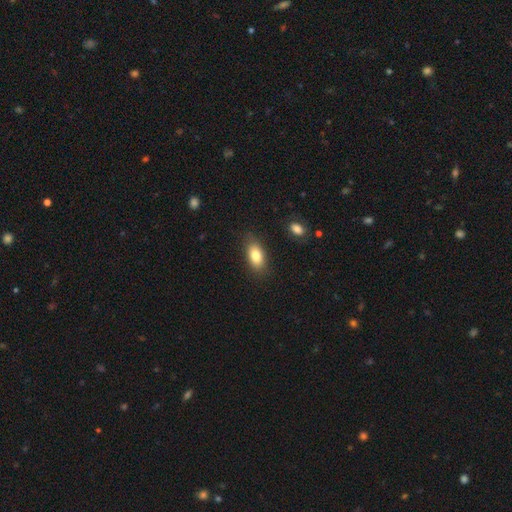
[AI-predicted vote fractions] Smooth or featured? Predicted: smooth (p=0.82). How rounded? Predicted: in between (p=0.89). Merging? Predicted: none (p=0.83).